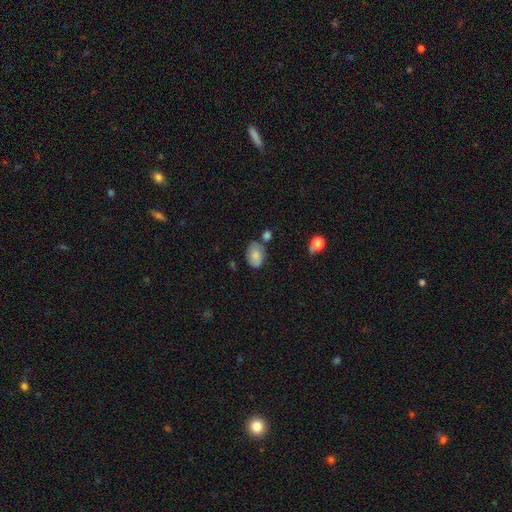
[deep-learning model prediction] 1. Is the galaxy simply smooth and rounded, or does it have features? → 73% smooth, 19% featured or disk, 8% star or artifact.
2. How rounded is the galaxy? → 79% in between, 20% round, 1% cigar-shaped.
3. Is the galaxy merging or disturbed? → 63% none, 22% minor disturbance, 10% merger, 5% major disturbance.